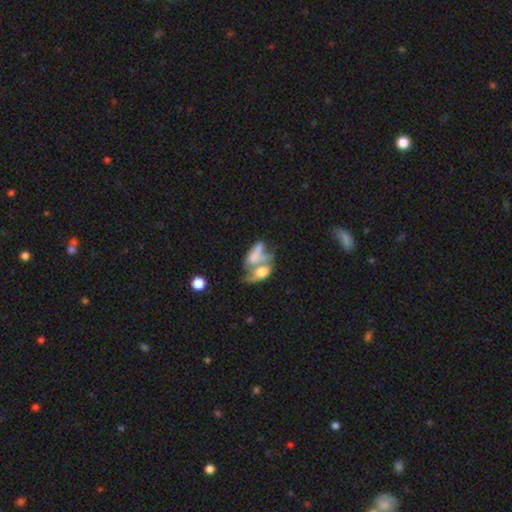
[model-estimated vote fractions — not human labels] Smooth or featured?
  - smooth: 50% *
  - featured or disk: 40%
  - star or artifact: 10%
Merging?
  - merger: 69% *
  - major disturbance: 13%
  - none: 11%
  - minor disturbance: 7%